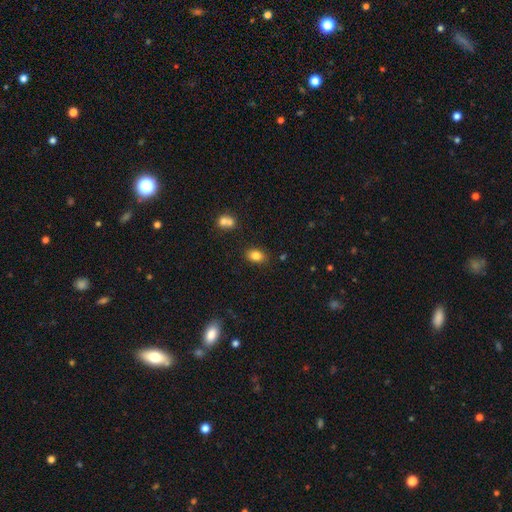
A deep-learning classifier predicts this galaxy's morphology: This is clearly a smooth galaxy (83%). How rounded: likely in between (80%). Merging: clearly none (81%).